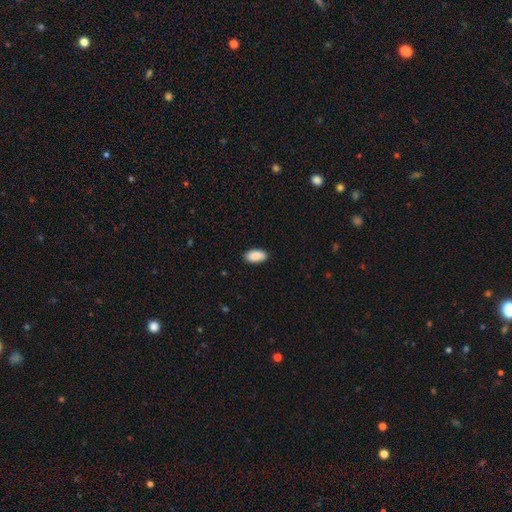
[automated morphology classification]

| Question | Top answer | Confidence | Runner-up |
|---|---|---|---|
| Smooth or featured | smooth | 91% | star or artifact (6%) |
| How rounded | in between | 95% | cigar-shaped (3%) |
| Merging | none | 89% | minor disturbance (8%) |